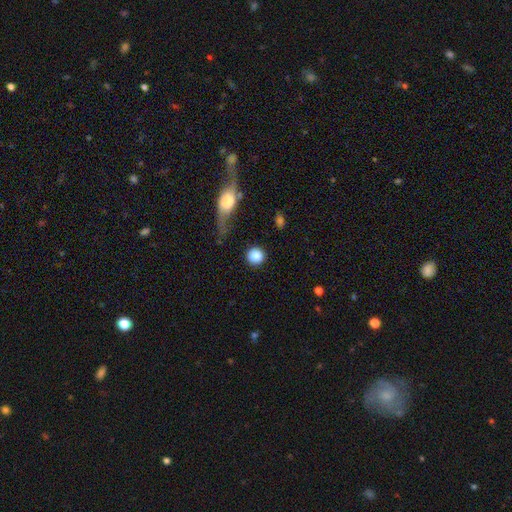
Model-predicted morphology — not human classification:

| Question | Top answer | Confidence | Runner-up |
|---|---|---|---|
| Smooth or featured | smooth | 86% | star or artifact (8%) |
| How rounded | round | 92% | in between (7%) |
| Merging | none | 82% | minor disturbance (9%) |